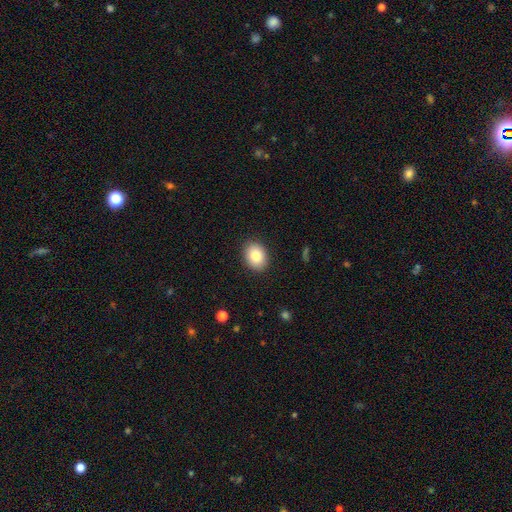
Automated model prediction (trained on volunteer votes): Overall: smooth (85%). How rounded: in between (66%; round 33%). Merging: none (89%).